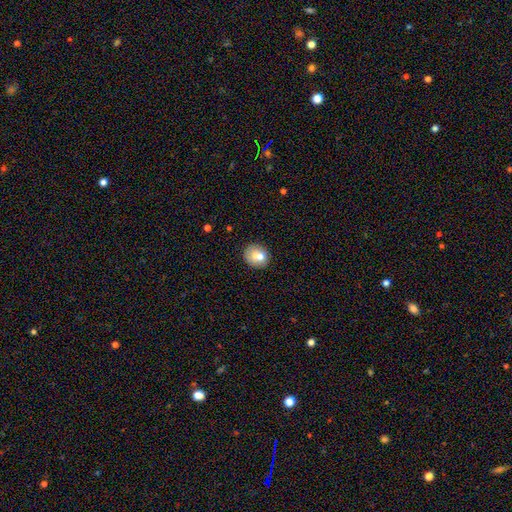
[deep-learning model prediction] Overall: smooth (70%). How rounded: round (69%; in between 30%). Merging: none (63%).